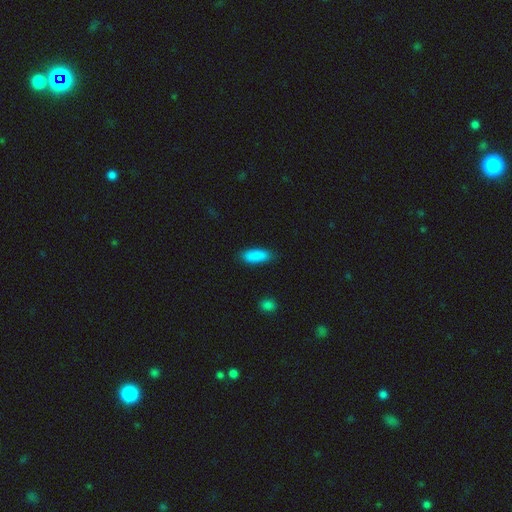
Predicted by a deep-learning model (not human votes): This is clearly a smooth galaxy (89%). How rounded: likely in between (69%). Merging: clearly none (84%).